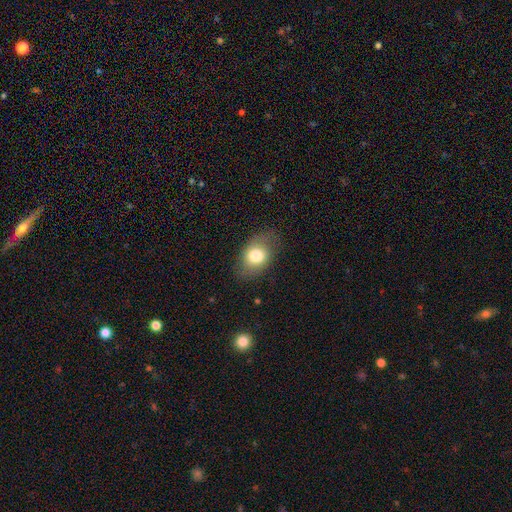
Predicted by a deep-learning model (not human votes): The model was most divided on "how rounded": in between: 77%, round: 21%, cigar-shaped: 1%. More confident: merging — none (74%); smooth or featured — smooth (74%).